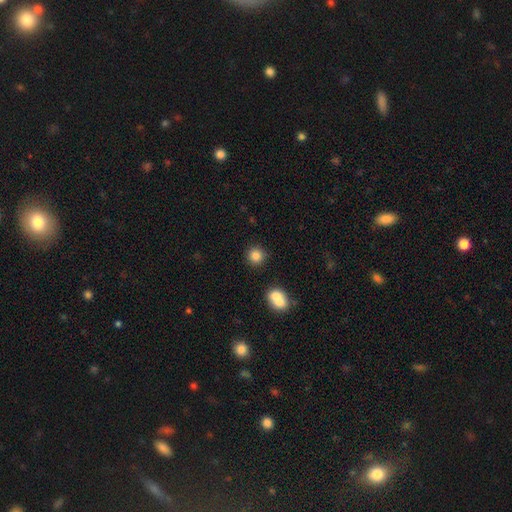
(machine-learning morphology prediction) Smooth or featured? Predicted: smooth (p=0.84). How rounded? Predicted: round (p=0.91). Merging? Predicted: none (p=0.83).